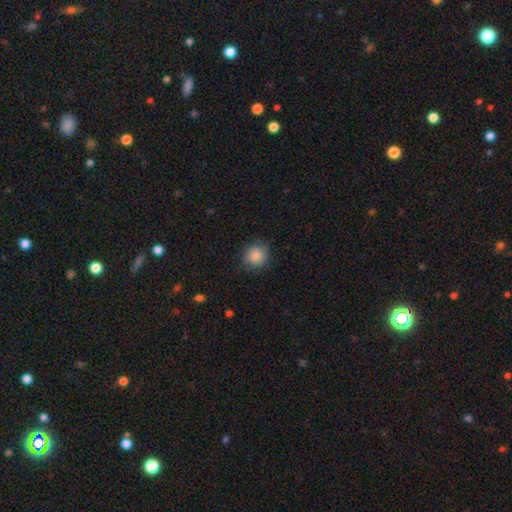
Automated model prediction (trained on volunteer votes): Morphology: type=smooth (85%); roundness=round (84%); merging=none (81%).